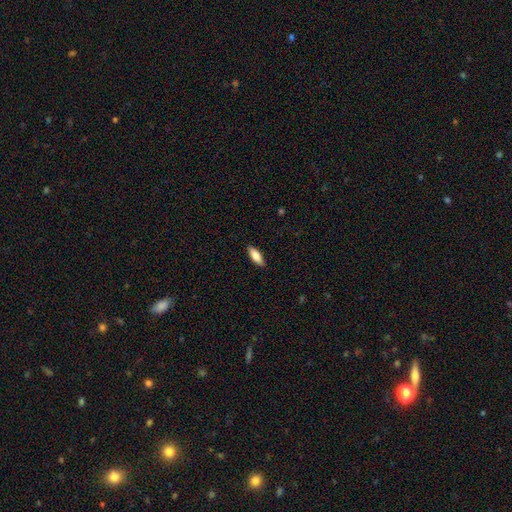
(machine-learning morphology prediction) smooth-or-featured: smooth: 80% | featured or disk: 14% | star or artifact: 6%
  how-rounded: in between: 66% | cigar-shaped: 32% | round: 2%
  merging: none: 88% | minor disturbance: 9% | major disturbance: 2% | merger: 1%